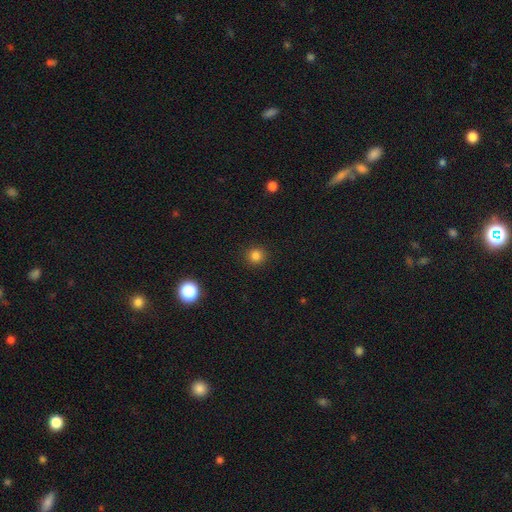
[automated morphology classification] Q: Smooth or featured?
A: smooth (82%); runner-up: star or artifact (13%)
Q: How rounded?
A: round (93%); runner-up: in between (6%)
Q: Merging?
A: none (92%); runner-up: minor disturbance (5%)